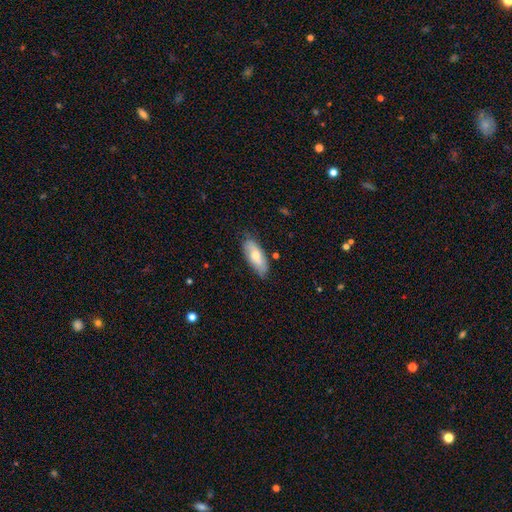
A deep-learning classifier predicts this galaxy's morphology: Smooth or featured: smooth — 66% (featured or disk — 28%)
How rounded: in between — 79% (cigar-shaped — 18%)
Merging: none — 77% (minor disturbance — 18%)